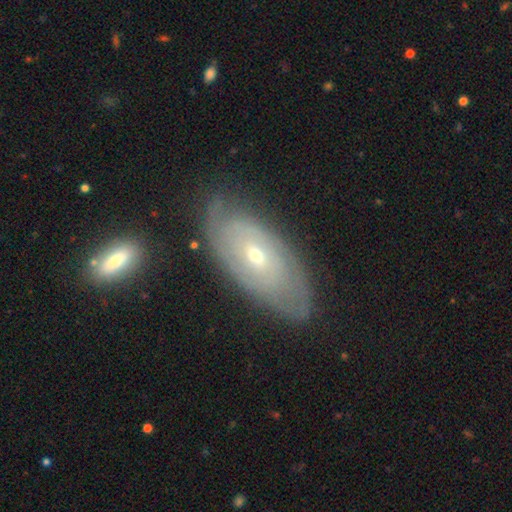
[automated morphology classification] type=featured or disk (72%); edge-on=no (89%); bar=no (74%); spiral arms=yes (76%); bulge=small (59%); merging=none (75%).